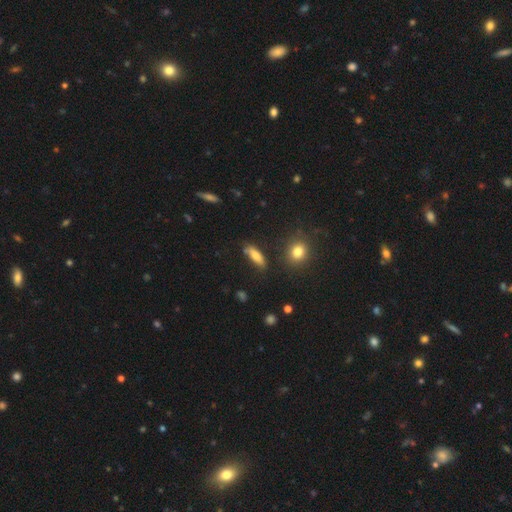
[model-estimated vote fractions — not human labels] Smooth or featured: smooth — 75% (featured or disk — 16%)
How rounded: in between — 50% (cigar-shaped — 47%)
Merging: none — 71% (minor disturbance — 19%)